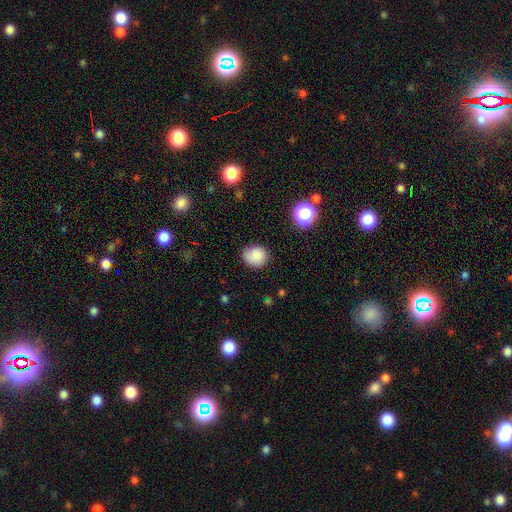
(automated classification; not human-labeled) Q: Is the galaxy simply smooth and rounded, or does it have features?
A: smooth — 84%.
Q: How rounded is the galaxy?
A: round — 76%.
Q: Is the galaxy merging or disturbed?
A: none — 75%.